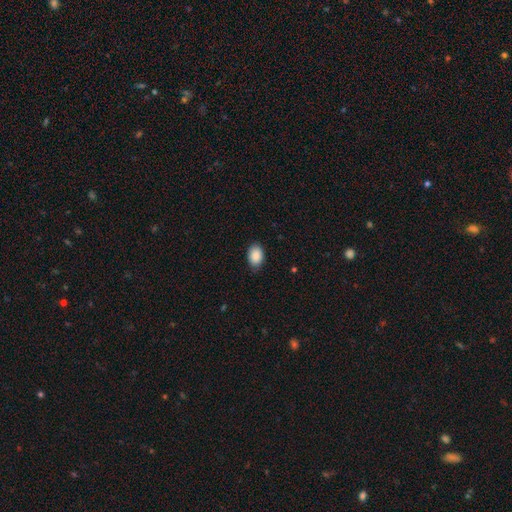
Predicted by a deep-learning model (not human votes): Morphology: type=smooth (89%); roundness=in between (87%); merging=none (81%).